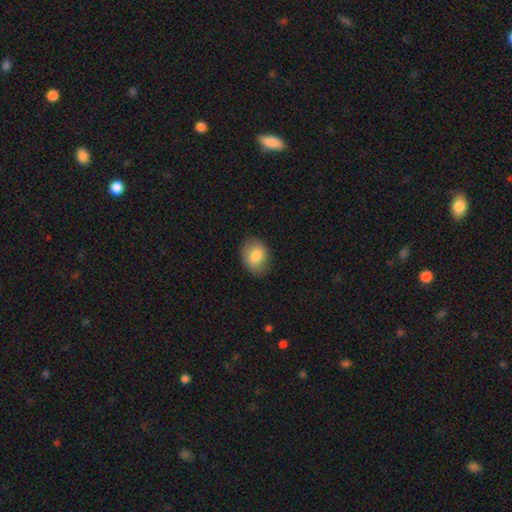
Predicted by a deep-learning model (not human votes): smooth-or-featured: smooth: 83% | featured or disk: 10% | star or artifact: 7%
  how-rounded: in between: 73% | round: 26% | cigar-shaped: 1%
  merging: none: 80% | minor disturbance: 15% | major disturbance: 4% | merger: 1%